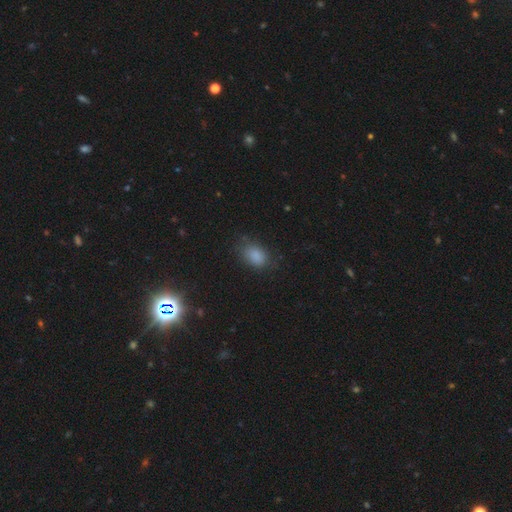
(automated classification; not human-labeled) Smooth or featured? smooth (84%)
How rounded? in between (84%)
Merging? none (72%)